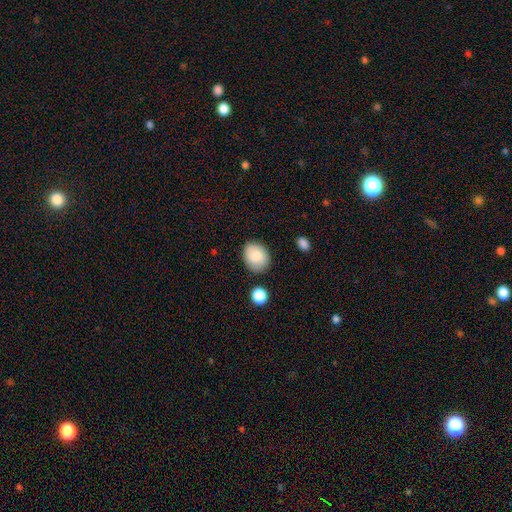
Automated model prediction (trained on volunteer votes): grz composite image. It shows a smooth galaxy with no disk features (84%) that is in between round and cigar-shaped (52%). Merging: none (80%).